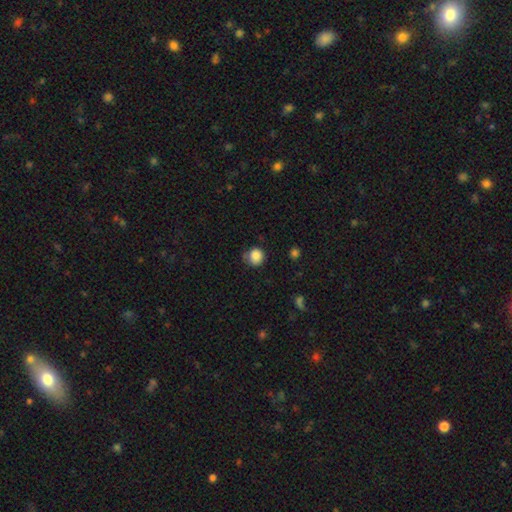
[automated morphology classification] Overall: smooth (86%). How rounded: round (87%). Merging: none (66%).